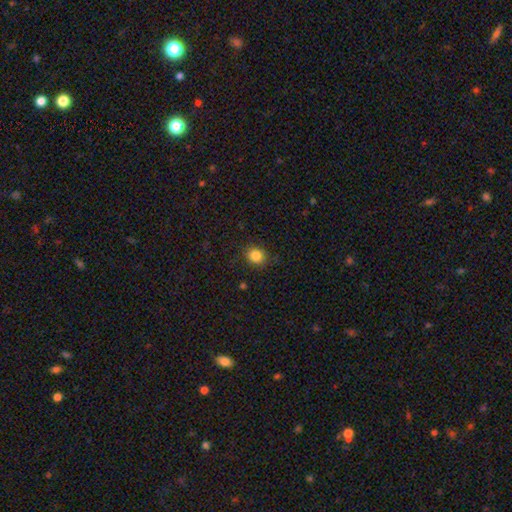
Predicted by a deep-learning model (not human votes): Smooth or featured: smooth — 84% (star or artifact — 11%)
How rounded: round — 78% (in between — 21%)
Merging: none — 87% (minor disturbance — 10%)